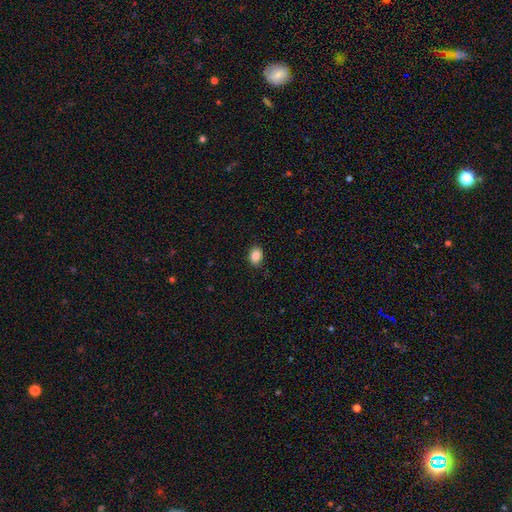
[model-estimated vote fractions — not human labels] A smooth galaxy with no disk features (86%) that is in between round and cigar-shaped (64%).

Vote fractions:
- Smooth or featured? smooth: 86% / star or artifact: 9% / featured or disk: 5%
- How rounded? in between: 64% / round: 35% / cigar-shaped: 1%
- Merging? none: 88% / minor disturbance: 9% / major disturbance: 2% / merger: 1%